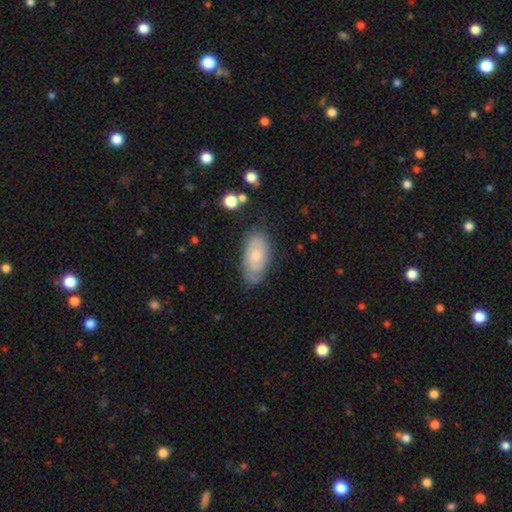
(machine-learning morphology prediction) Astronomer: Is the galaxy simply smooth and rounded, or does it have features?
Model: smooth — 53% (runner-up: featured or disk, 40%).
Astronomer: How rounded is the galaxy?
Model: in between — 92%.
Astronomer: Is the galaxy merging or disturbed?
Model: none — 68%.